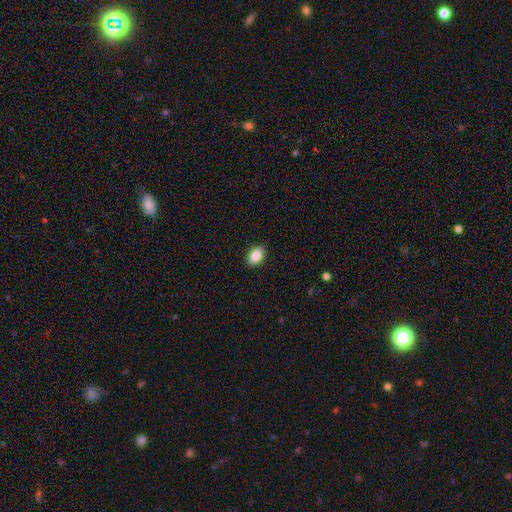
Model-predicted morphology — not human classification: Smooth or featured?
  - smooth: 87% *
  - star or artifact: 8%
  - featured or disk: 5%
How rounded?
  - in between: 86% *
  - round: 12%
  - cigar-shaped: 1%
Merging?
  - none: 90% *
  - minor disturbance: 7%
  - major disturbance: 2%
  - merger: 1%